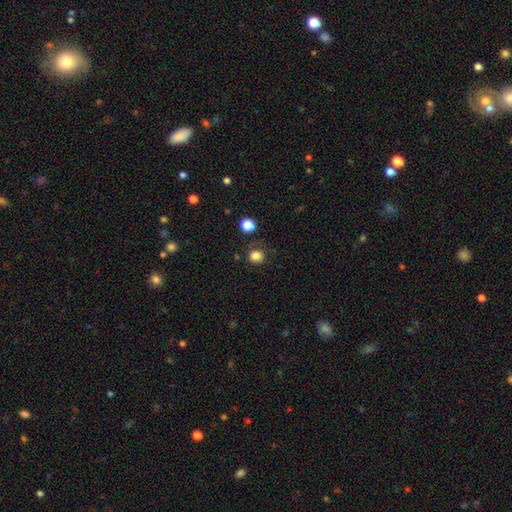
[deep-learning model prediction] Smooth or featured? Predicted: smooth (p=0.83). How rounded? Predicted: round (p=0.86). Merging? Predicted: none (p=0.76).